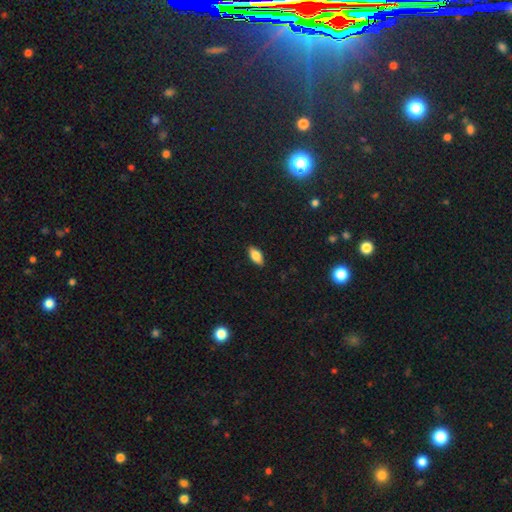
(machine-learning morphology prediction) type=smooth (79%); roundness=in between (89%); merging=none (89%).